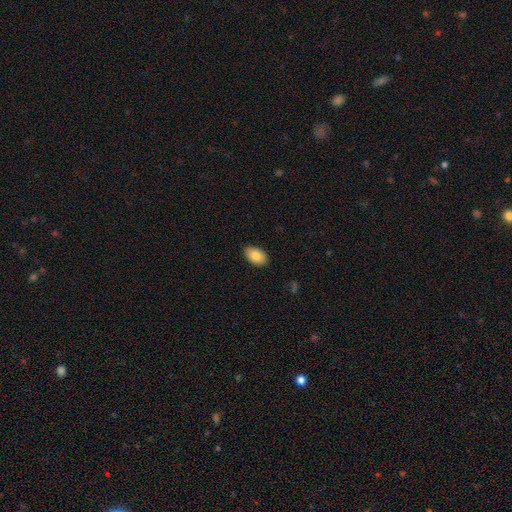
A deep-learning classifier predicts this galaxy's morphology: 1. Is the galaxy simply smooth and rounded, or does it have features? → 83% smooth, 10% featured or disk, 7% star or artifact.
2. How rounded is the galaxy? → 91% in between, 7% round, 1% cigar-shaped.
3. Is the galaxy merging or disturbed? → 88% none, 9% minor disturbance, 2% major disturbance, 1% merger.